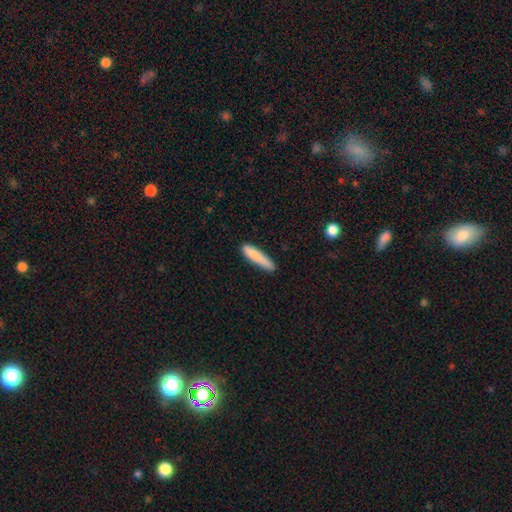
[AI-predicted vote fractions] The model was most divided on "merging": none: 77%, minor disturbance: 18%, major disturbance: 3%, merger: 2%. More confident: how rounded — cigar-shaped (87%); smooth or featured — smooth (83%).